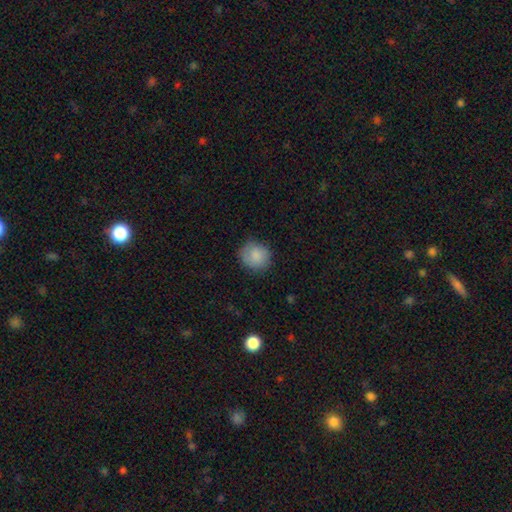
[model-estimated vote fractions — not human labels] A smooth galaxy with no disk features (85%) that is round (87%). Merging: none (81%).